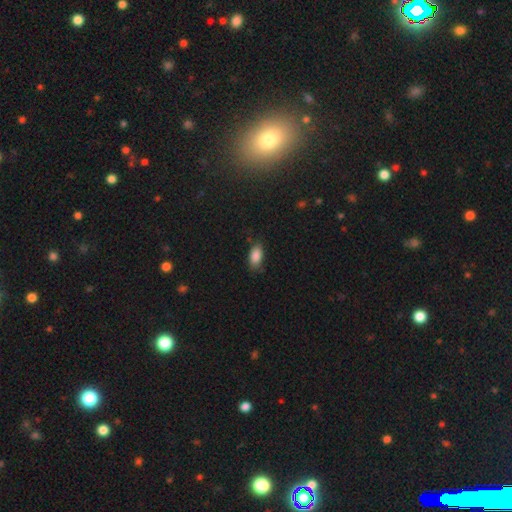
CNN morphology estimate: A smooth galaxy with no disk features (87%) that is in between round and cigar-shaped (91%).

Vote fractions:
- Smooth or featured? smooth: 87% / star or artifact: 8% / featured or disk: 5%
- How rounded? in between: 91% / cigar-shaped: 5% / round: 4%
- Merging? none: 77% / minor disturbance: 18% / major disturbance: 4% / merger: 1%